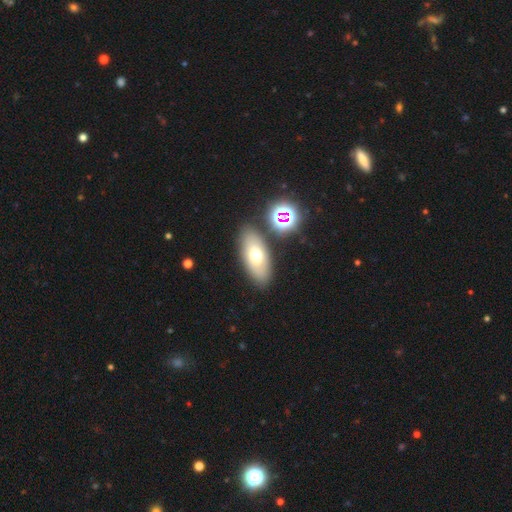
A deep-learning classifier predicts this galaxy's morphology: smooth-or-featured: smooth: 64% | featured or disk: 25% | star or artifact: 12%
  how-rounded: in between: 85% | cigar-shaped: 10% | round: 5%
  merging: none: 82% | minor disturbance: 9% | merger: 6% | major disturbance: 3%